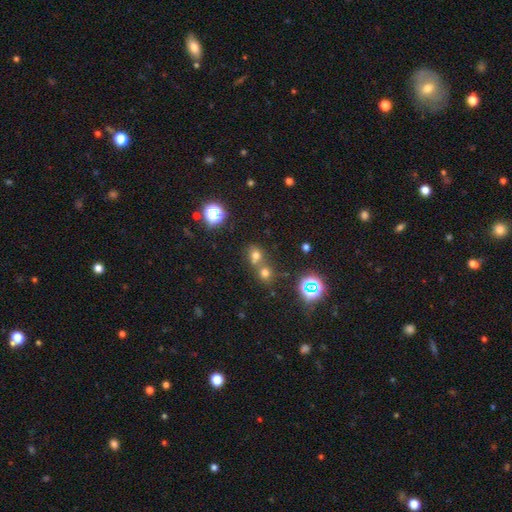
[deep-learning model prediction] A smooth galaxy with no disk features (64%) that is round (77%). Merging: merger (49%).